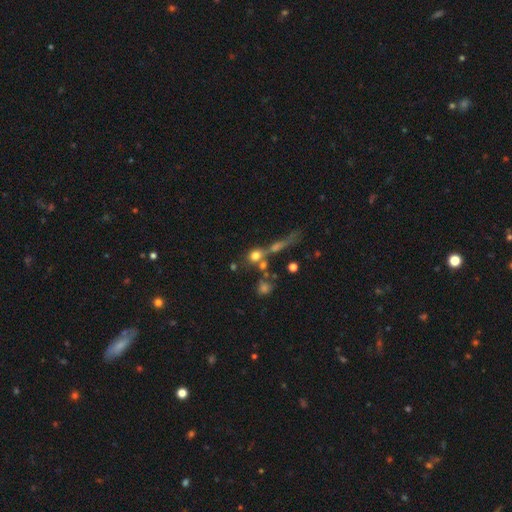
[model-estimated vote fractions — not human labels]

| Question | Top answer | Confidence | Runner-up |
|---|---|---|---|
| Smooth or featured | smooth | 67% | featured or disk (17%) |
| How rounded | round | 75% | in between (18%) |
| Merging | none | 44% | merger (36%) |